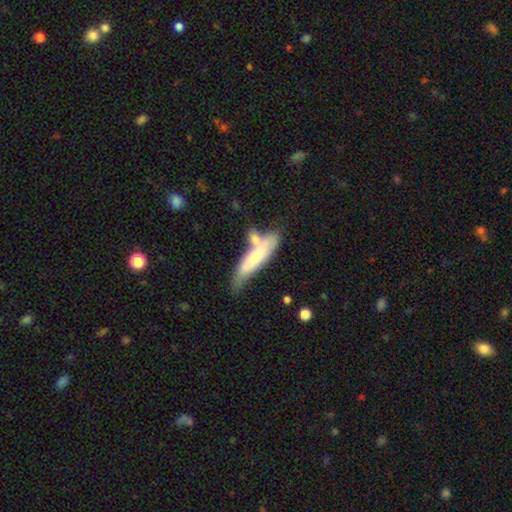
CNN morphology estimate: The model was most divided on "merging": none: 42%, merger: 28%, minor disturbance: 22%, major disturbance: 7%. More confident: how rounded — cigar-shaped (75%); smooth or featured — smooth (62%).